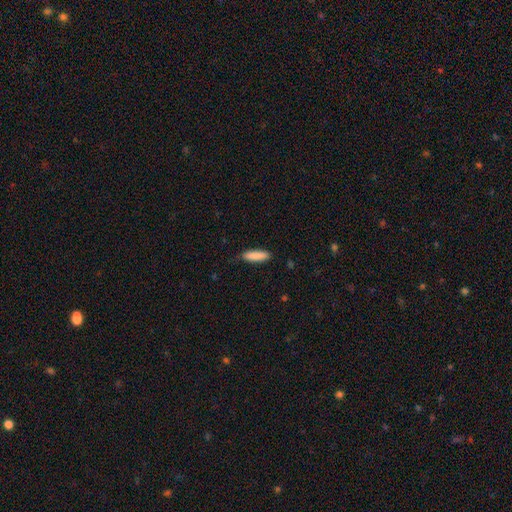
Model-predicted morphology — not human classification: This appears to be a smooth galaxy with no disk features (88%) that is cigar-shaped (66%). Merging: none (80%).